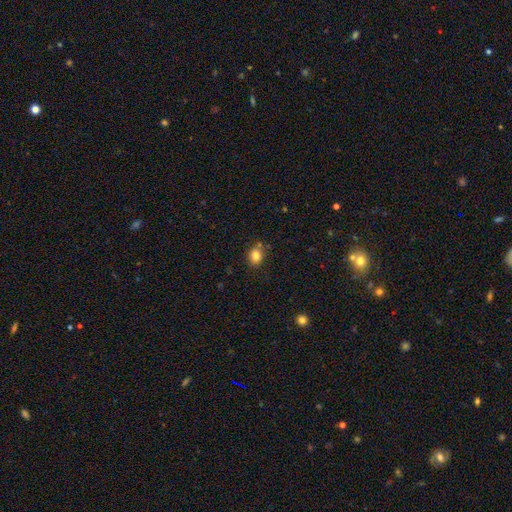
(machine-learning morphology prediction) The model was most divided on "how rounded": round: 53%, in between: 46%, cigar-shaped: 1%. More confident: smooth or featured — smooth (82%); merging — none (75%).